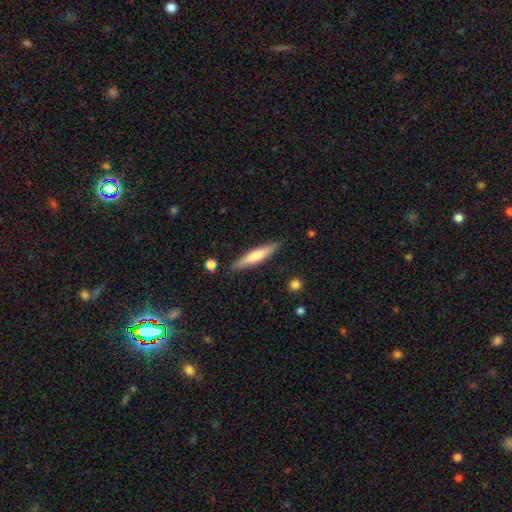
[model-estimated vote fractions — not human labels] A smooth galaxy with no disk features (63%) that is cigar-shaped (90%). Merging: none (88%).